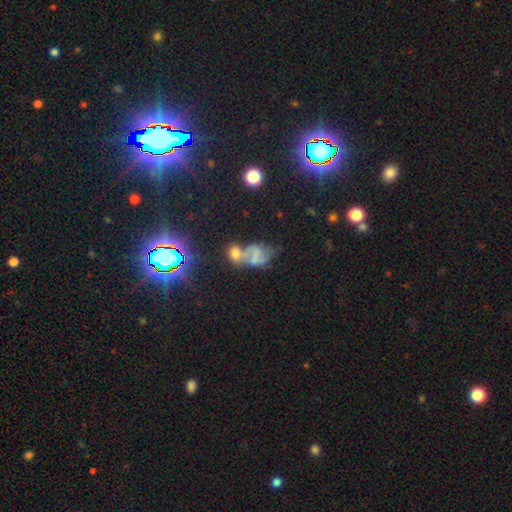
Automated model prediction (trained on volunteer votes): Morphology: type=smooth (40%); merging=merger (55%).